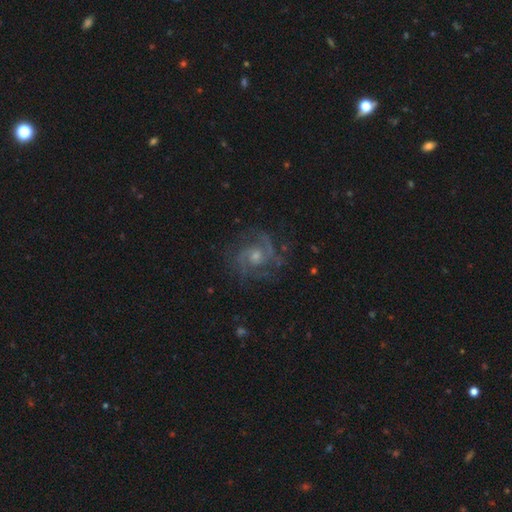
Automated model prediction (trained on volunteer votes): featured or disk 85%, star or artifact 8%, smooth 7%. Down the decision tree: edge-on disk — no (98%); bar — no (66%); spiral arms — yes (96%); spiral arm count — 2 (61%); spiral winding — medium (52%); bulge size — small (48%); merging — none (74%).